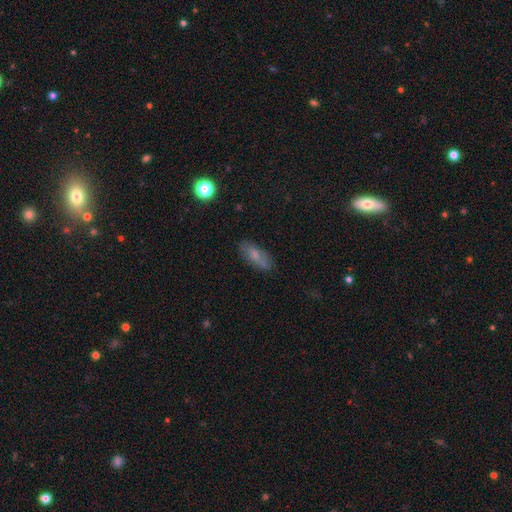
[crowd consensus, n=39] Smooth or featured?
  - smooth: 67% *
  - featured or disk: 28%
  - star or artifact: 5%
How rounded?
  - in between: 73% *
  - cigar-shaped: 23%
  - round: 4%
Merging?
  - none: 51% *
  - minor disturbance: 35%
  - major disturbance: 8%
  - merger: 5%